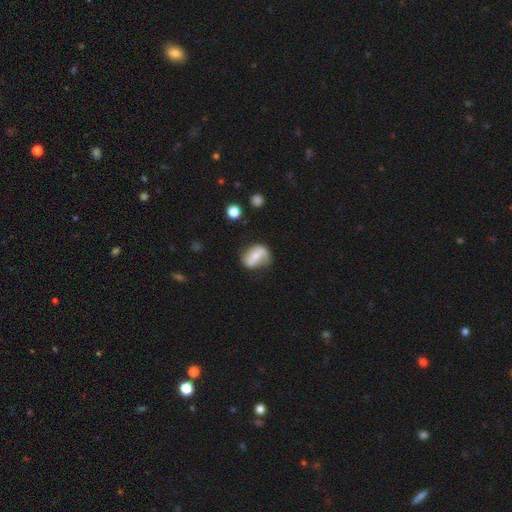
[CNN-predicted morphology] Smooth or featured? Predicted: featured or disk (p=0.54). Edge-on disk? Predicted: no (p=0.96). Bar? Predicted: no (p=0.40). Spiral arms? Predicted: yes (p=0.75). Bulge size? Predicted: small (p=0.48). Merging? Predicted: none (p=0.51).